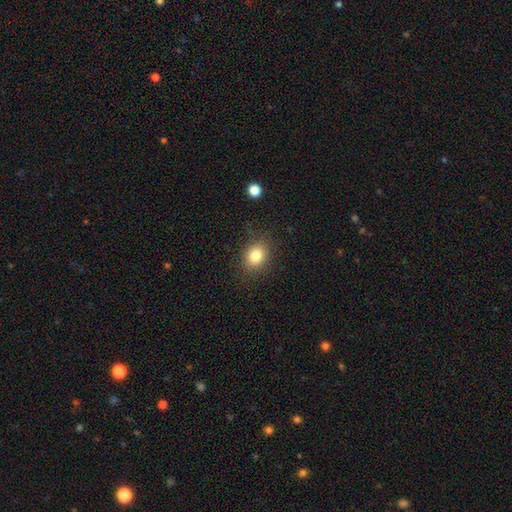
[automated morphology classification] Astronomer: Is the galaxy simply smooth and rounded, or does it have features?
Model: smooth — 82%.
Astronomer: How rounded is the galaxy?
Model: in between — 55% (runner-up: round, 44%).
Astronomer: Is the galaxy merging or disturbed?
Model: none — 84%.